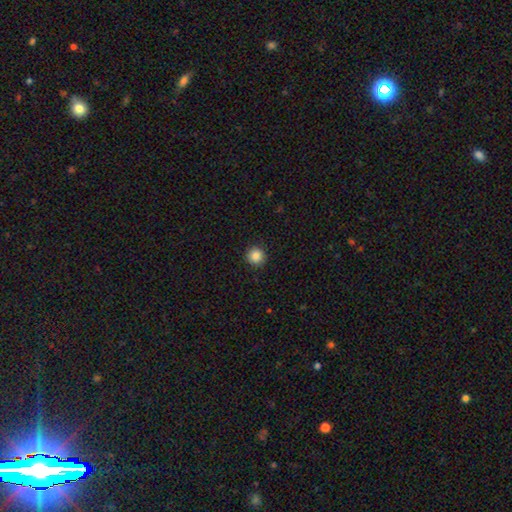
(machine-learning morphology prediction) This appears to be a smooth galaxy with no disk features (87%) that is round (95%). Merging: none (92%).